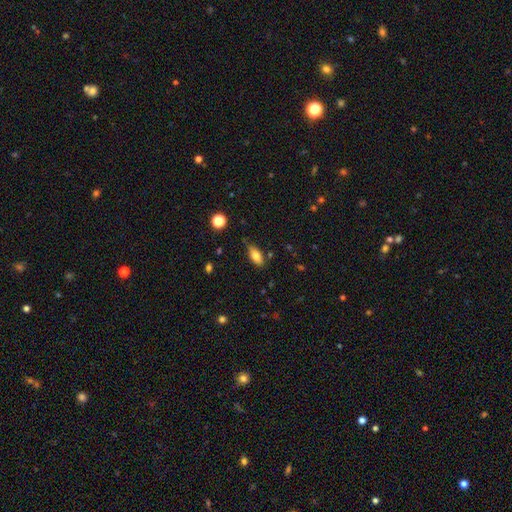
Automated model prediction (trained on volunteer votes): A smooth galaxy with no disk features (80%) that is in between round and cigar-shaped (84%). Merging: none (71%).